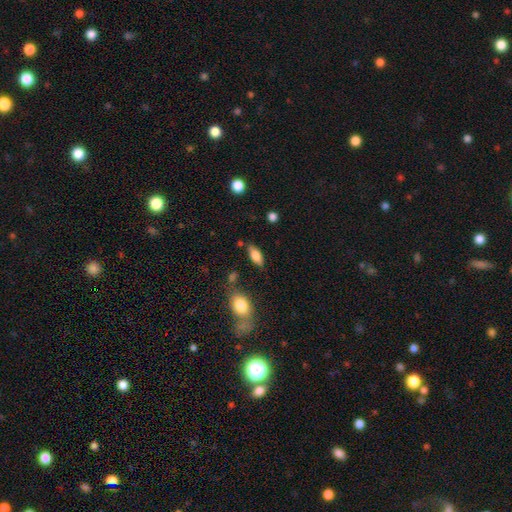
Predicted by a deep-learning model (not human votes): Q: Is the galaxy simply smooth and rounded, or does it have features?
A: smooth — 75%.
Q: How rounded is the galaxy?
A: in between — 81%.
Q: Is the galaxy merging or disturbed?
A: none — 76%.